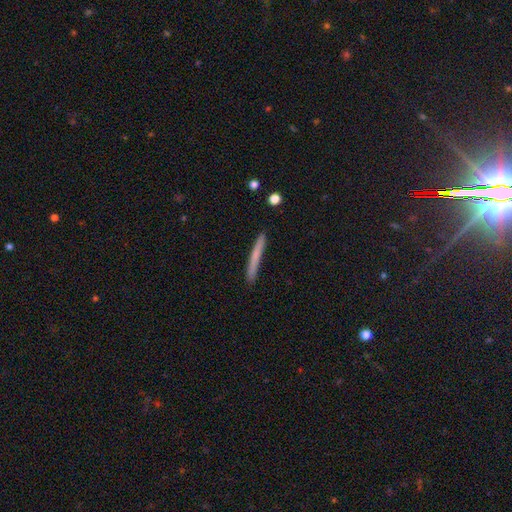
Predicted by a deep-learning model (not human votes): The model was most divided on "smooth or featured": smooth: 68%, featured or disk: 26%, star or artifact: 6%. More confident: how rounded — cigar-shaped (97%); merging — none (90%).